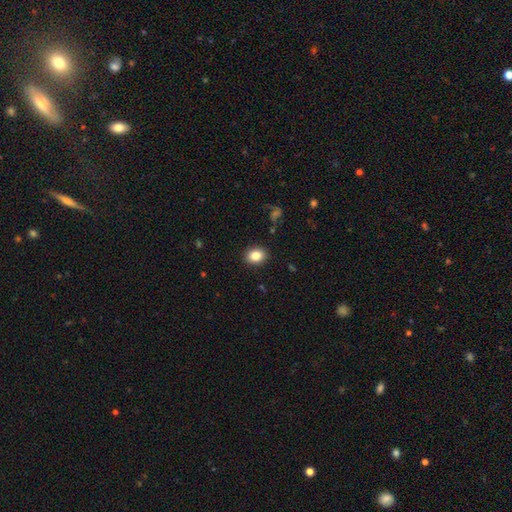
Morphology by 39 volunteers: smooth_or_featured: smooth (p=0.85) [alt: featured or disk p=0.08]
how_rounded: round (p=0.64) [alt: in between p=0.36]
merging: none (p=0.89) [alt: minor disturbance p=0.06]